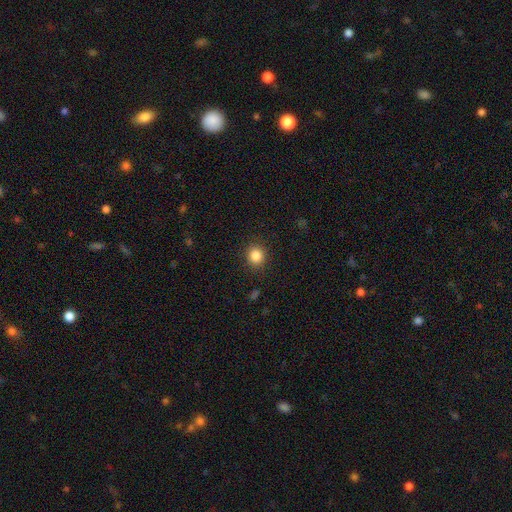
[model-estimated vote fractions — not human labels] A smooth galaxy with no disk features (85%) that is round (86%).

Vote fractions:
- Smooth or featured? smooth: 85% / star or artifact: 11% / featured or disk: 4%
- How rounded? round: 86% / in between: 13% / cigar-shaped: 1%
- Merging? none: 89% / minor disturbance: 7% / major disturbance: 3% / merger: 1%